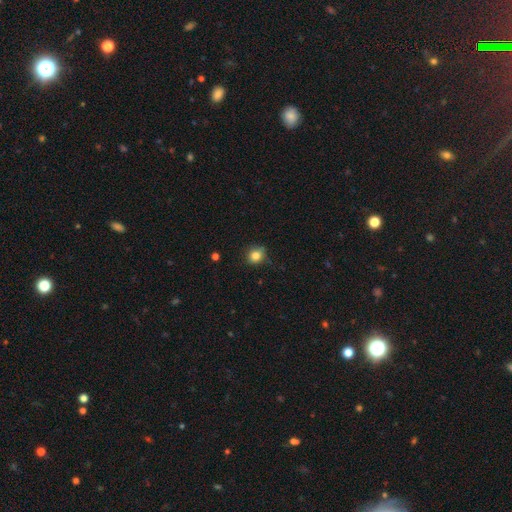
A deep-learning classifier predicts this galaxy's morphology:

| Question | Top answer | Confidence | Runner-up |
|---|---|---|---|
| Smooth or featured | smooth | 83% | star or artifact (11%) |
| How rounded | round | 80% | in between (19%) |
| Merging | none | 78% | minor disturbance (17%) |